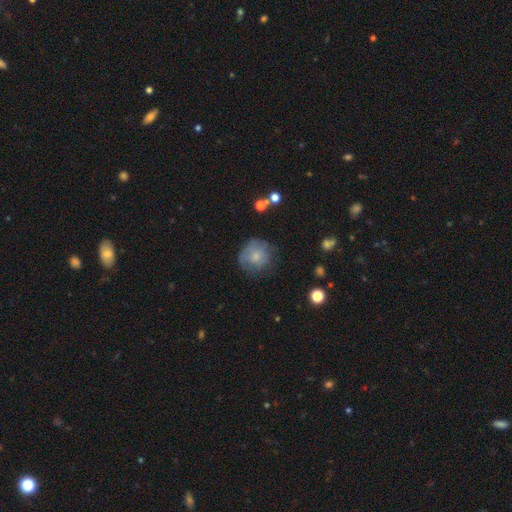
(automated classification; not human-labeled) The model was most divided on "merging": none: 60%, minor disturbance: 26%, major disturbance: 12%, merger: 2%. More confident: how rounded — round (87%); smooth or featured — smooth (69%).